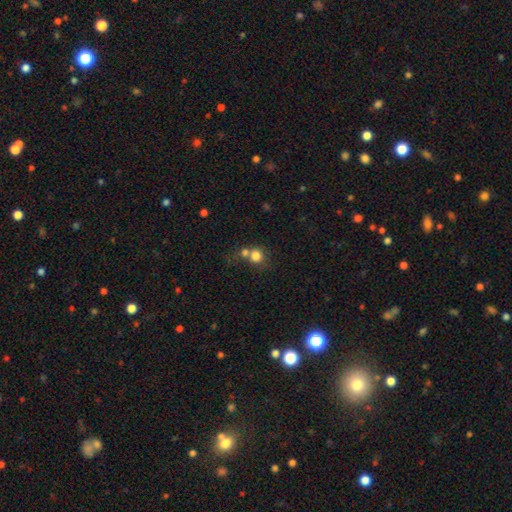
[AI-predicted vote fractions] smooth-or-featured: smooth: 78% | star or artifact: 11% | featured or disk: 11%
  how-rounded: round: 81% | in between: 18% | cigar-shaped: 1%
  merging: merger: 49% | none: 37% | minor disturbance: 8% | major disturbance: 6%